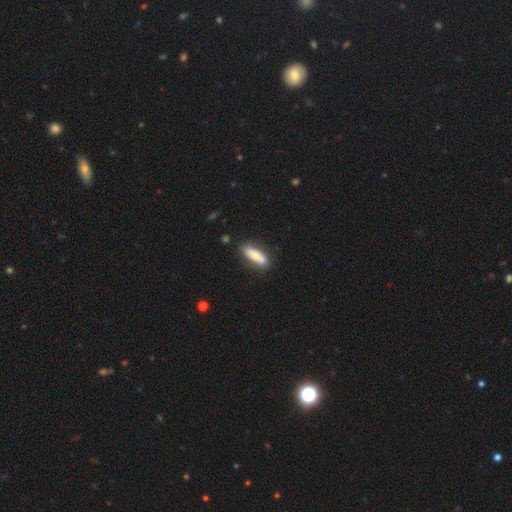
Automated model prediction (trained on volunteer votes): A smooth galaxy with no disk features (71%) that is in between round and cigar-shaped (52%).

Vote fractions:
- Smooth or featured? smooth: 71% / featured or disk: 23% / star or artifact: 6%
- How rounded? in between: 52% / cigar-shaped: 46% / round: 2%
- Merging? none: 79% / minor disturbance: 14% / major disturbance: 3% / merger: 3%